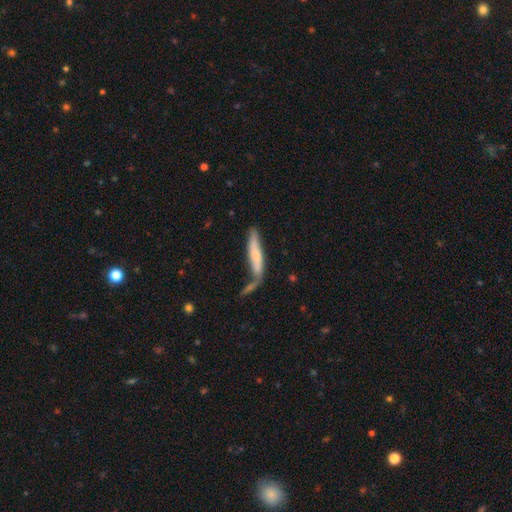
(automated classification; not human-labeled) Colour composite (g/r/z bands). It shows a smooth galaxy with no disk features (54%) that is cigar-shaped (87%). Merging: none (41%).